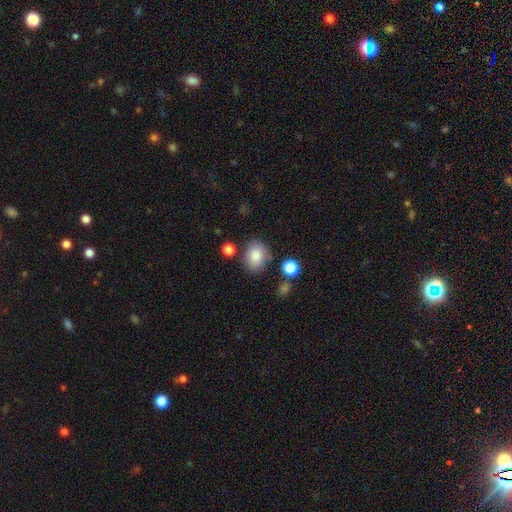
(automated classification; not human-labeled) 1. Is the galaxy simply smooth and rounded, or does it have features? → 85% smooth, 9% star or artifact, 6% featured or disk.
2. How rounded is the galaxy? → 54% in between, 45% round, 1% cigar-shaped.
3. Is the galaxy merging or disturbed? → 76% none, 14% minor disturbance, 5% merger, 4% major disturbance.